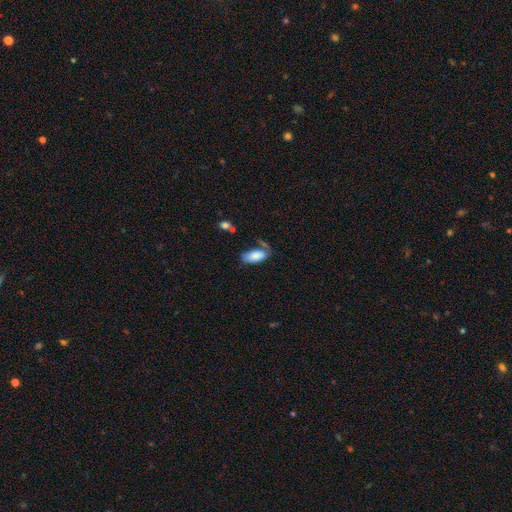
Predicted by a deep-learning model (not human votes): This is clearly a smooth galaxy (84%). How rounded: clearly in between (91%). Merging: possibly none (56%).